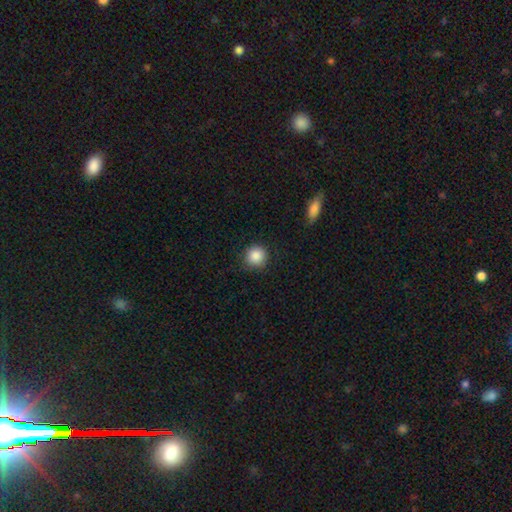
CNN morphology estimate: Q: Smooth or featured?
A: smooth (87%); runner-up: star or artifact (9%)
Q: How rounded?
A: round (94%); runner-up: in between (5%)
Q: Merging?
A: none (89%); runner-up: minor disturbance (8%)